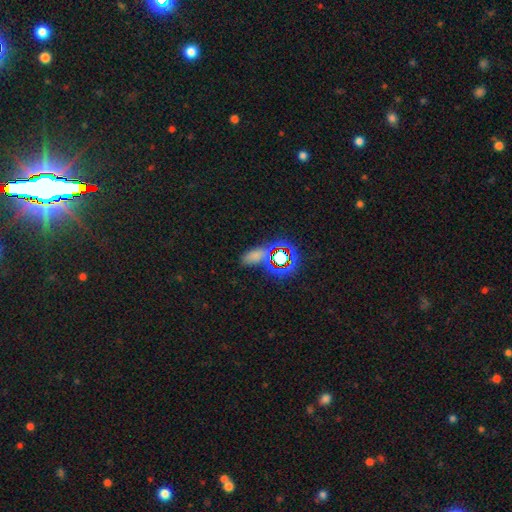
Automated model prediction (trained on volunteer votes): This is possibly a smooth galaxy (51%). How rounded: likely in between (79%). Merging: likely none (64%).